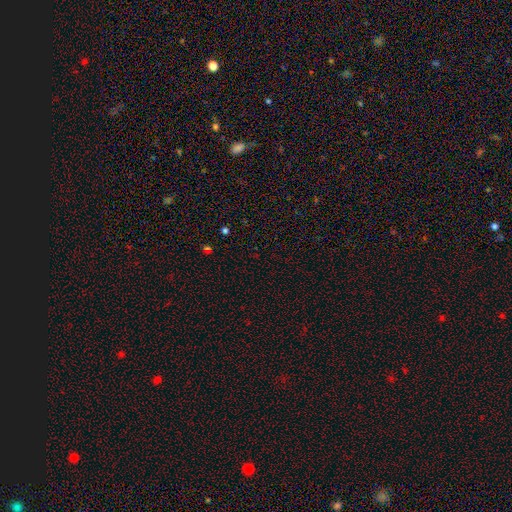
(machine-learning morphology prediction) Q: Smooth or featured?
A: star or artifact (63%); runner-up: smooth (30%)